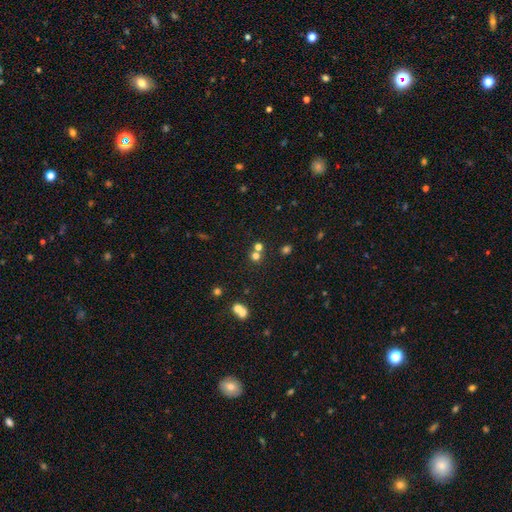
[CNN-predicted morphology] smooth 64%, star or artifact 26%, featured or disk 11%. Down the decision tree: how rounded — round (87%); merging — none (60%).